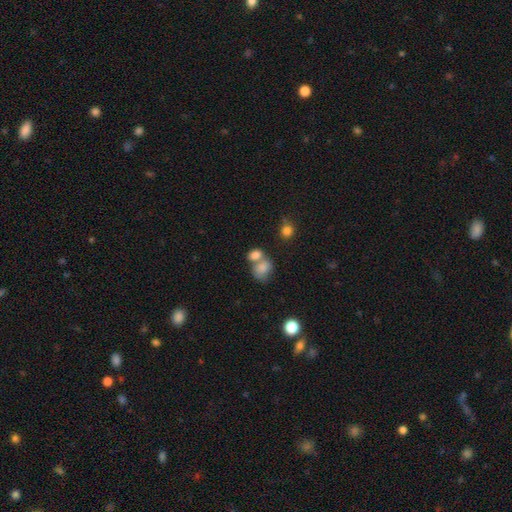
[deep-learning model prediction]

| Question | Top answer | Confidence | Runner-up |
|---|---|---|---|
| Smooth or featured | smooth | 78% | featured or disk (11%) |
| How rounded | in between | 64% | round (34%) |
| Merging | merger | 53% | none (30%) |